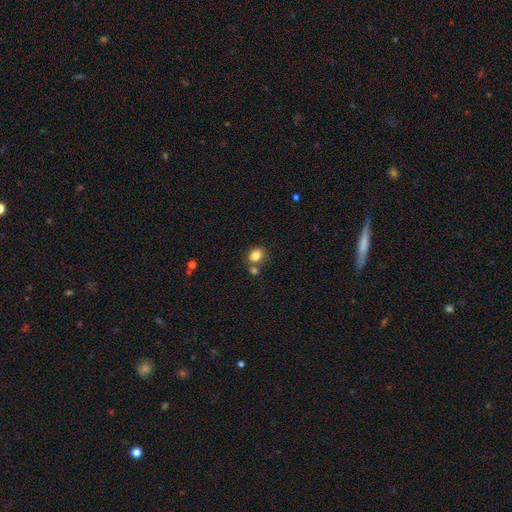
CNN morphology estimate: Overall: smooth (82%). How rounded: round (62%; in between 37%). Merging: none (61%; merger 25%).